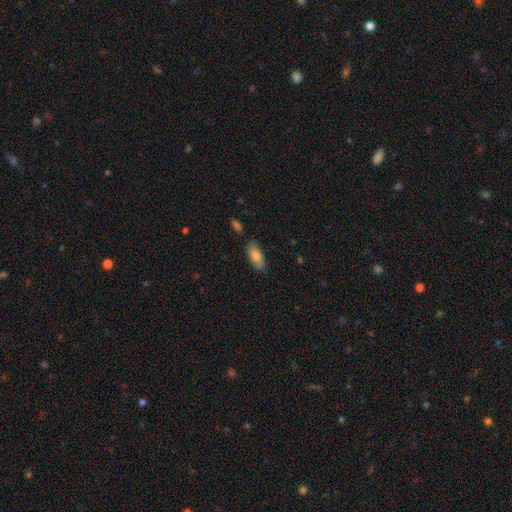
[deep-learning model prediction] A smooth galaxy with no disk features (77%) that is in between round and cigar-shaped (83%). Merging: none (81%).